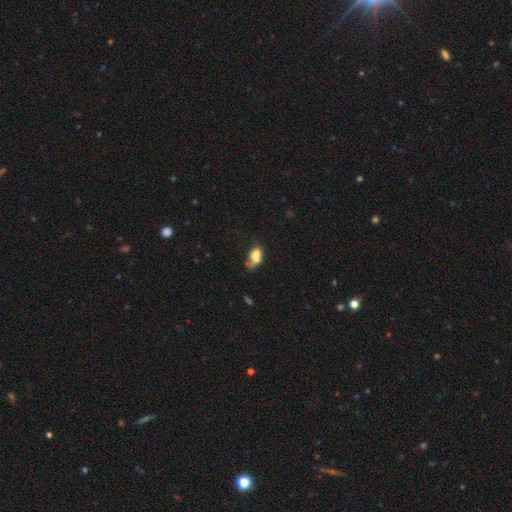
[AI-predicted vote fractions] The model was most divided on "merging": merger: 27%, minor disturbance: 26%, major disturbance: 24%, none: 24%. More confident: how rounded — in between (82%); smooth or featured — smooth (70%).